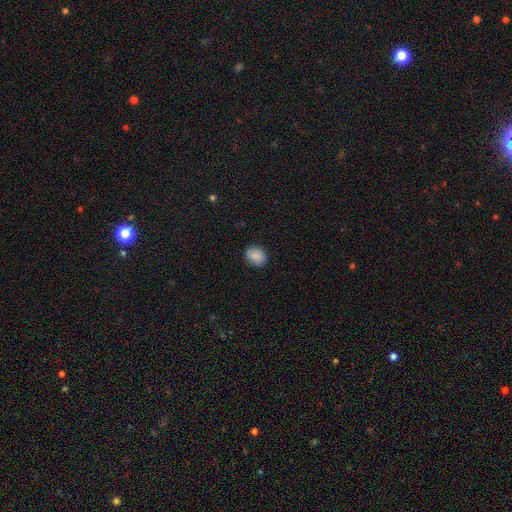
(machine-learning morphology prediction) The model was most divided on "how rounded": round: 59%, in between: 40%, cigar-shaped: 1%. More confident: smooth or featured — smooth (86%); merging — none (86%).